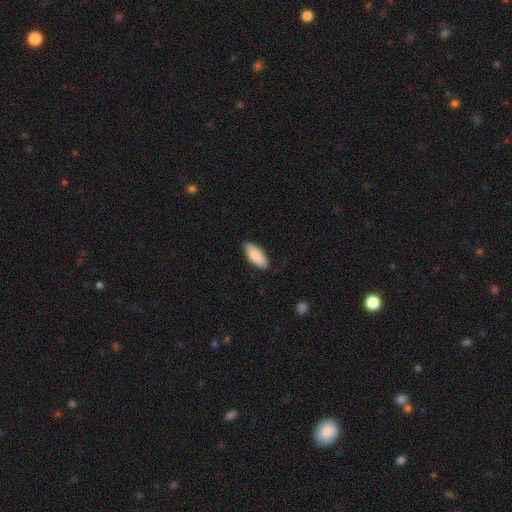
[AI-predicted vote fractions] Q: Smooth or featured?
A: smooth (88%); runner-up: featured or disk (6%)
Q: How rounded?
A: in between (84%); runner-up: cigar-shaped (15%)
Q: Merging?
A: none (87%); runner-up: minor disturbance (10%)